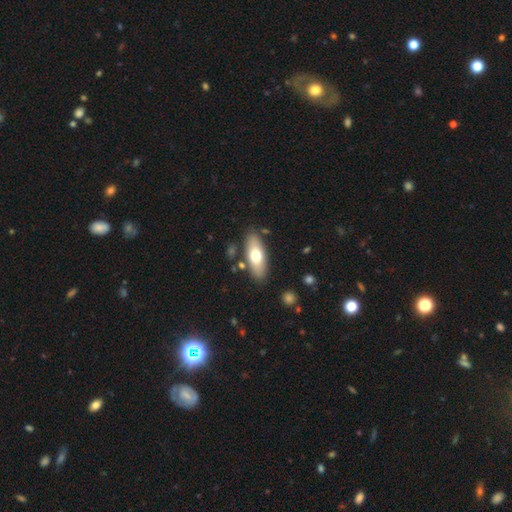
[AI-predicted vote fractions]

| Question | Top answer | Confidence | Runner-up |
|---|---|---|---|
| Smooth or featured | smooth | 65% | featured or disk (29%) |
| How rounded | in between | 75% | cigar-shaped (22%) |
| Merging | none | 84% | minor disturbance (11%) |